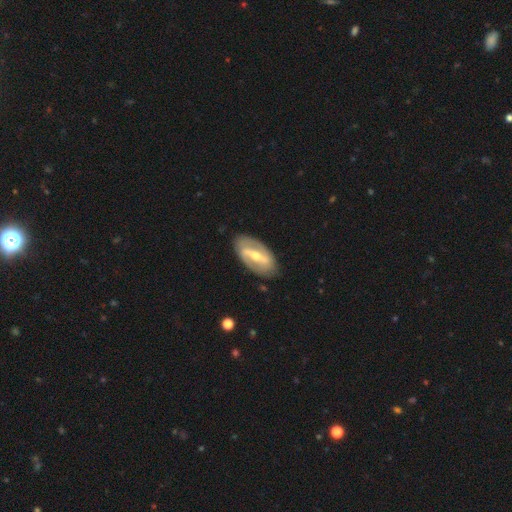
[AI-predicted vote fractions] A featured or disk galaxy (80%) with a strong bar (64%), 2 (83%) medium (38%) spiral arms (73%) and a moderate central bulge (56%).

Vote fractions:
- Smooth or featured? featured or disk: 80% / smooth: 15% / star or artifact: 5%
- Edge-on disk? no: 91% / yes: 9%
- Bar? strong: 64% / weak: 26% / no: 10%
- Spiral arms? yes: 73% / no: 27%
- Spiral winding? medium: 38% / tight: 35% / loose: 27%
- Spiral arm count? 2: 83% / can't tell: 11% / 1: 3% / 3: 1% / 4: 1% / more than 4: 1%
- Bulge size? moderate: 56% / small: 39% / large: 3% / none: 1% / dominant: 1%
- Merging? none: 84% / minor disturbance: 11% / major disturbance: 3% / merger: 1%